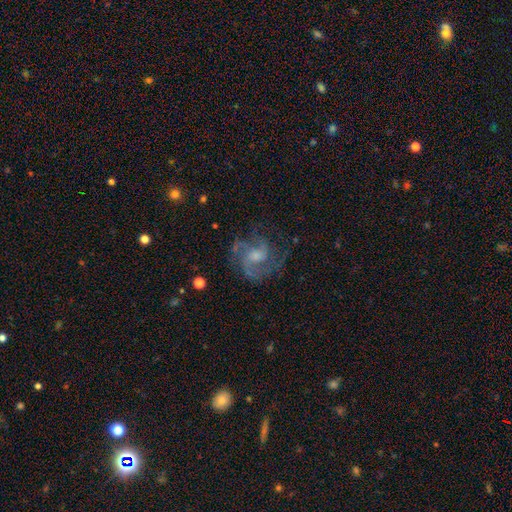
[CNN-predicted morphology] A featured or disk galaxy (83%) with no bar (55%), 3 (35%) medium (53%) spiral arms (95%) and a moderate central bulge (49%). Merging: none (69%).